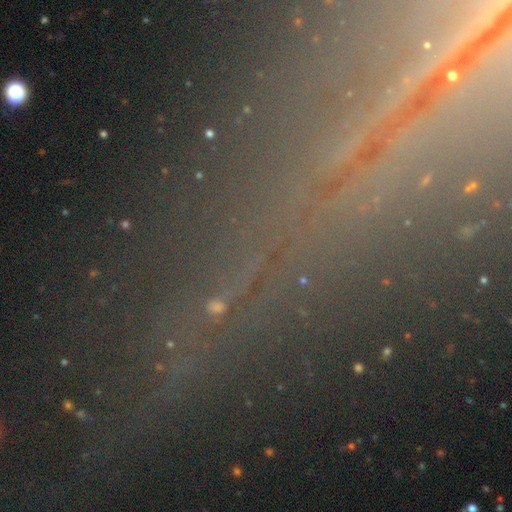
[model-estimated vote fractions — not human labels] smooth_or_featured: star or artifact (p=0.74) [alt: featured or disk p=0.14]